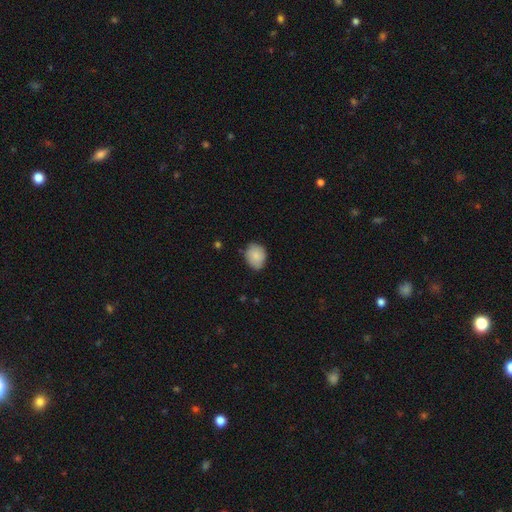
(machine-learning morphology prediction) Smooth or featured: smooth — 83% (featured or disk — 10%)
How rounded: in between — 52% (round — 48%)
Merging: none — 74% (minor disturbance — 21%)